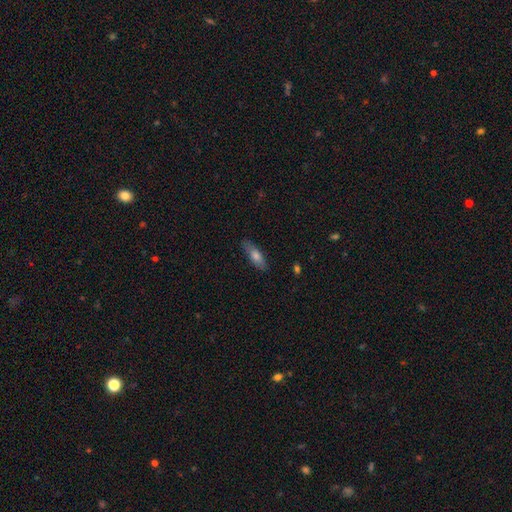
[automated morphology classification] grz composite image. It shows a smooth galaxy with no disk features (69%) that is in between round and cigar-shaped (51%). Merging: none (82%).